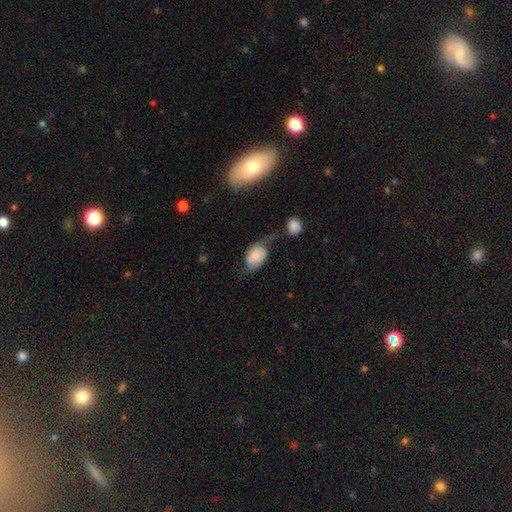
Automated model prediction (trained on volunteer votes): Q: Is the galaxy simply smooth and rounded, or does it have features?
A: smooth — 67%.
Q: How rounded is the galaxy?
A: in between — 82%.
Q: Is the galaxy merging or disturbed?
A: none — 30%, tied with minor disturbance.